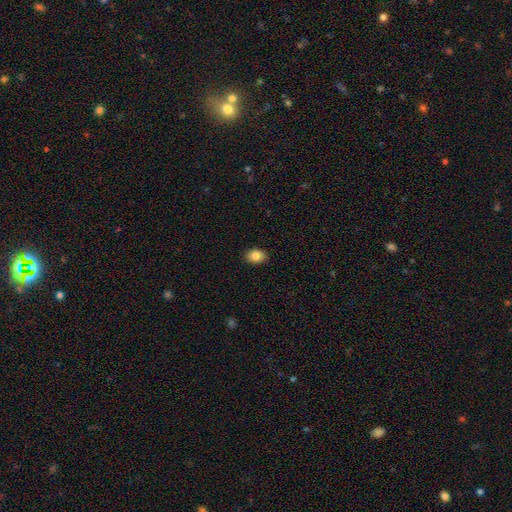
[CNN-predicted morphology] A smooth galaxy with no disk features (86%) that is in between round and cigar-shaped (79%). Merging: none (89%).